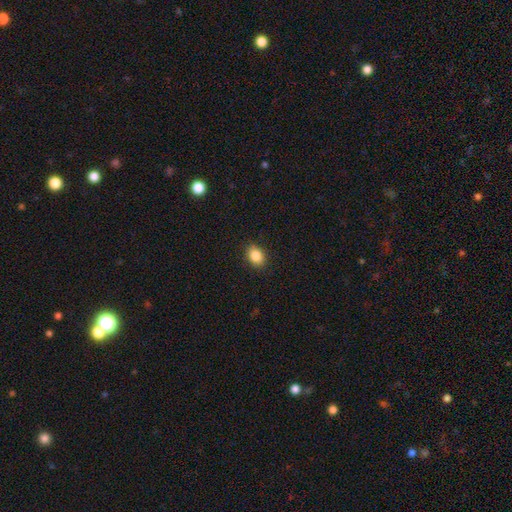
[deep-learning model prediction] Smooth or featured: smooth — 86% (star or artifact — 9%)
How rounded: in between — 62% (round — 37%)
Merging: none — 89% (minor disturbance — 8%)